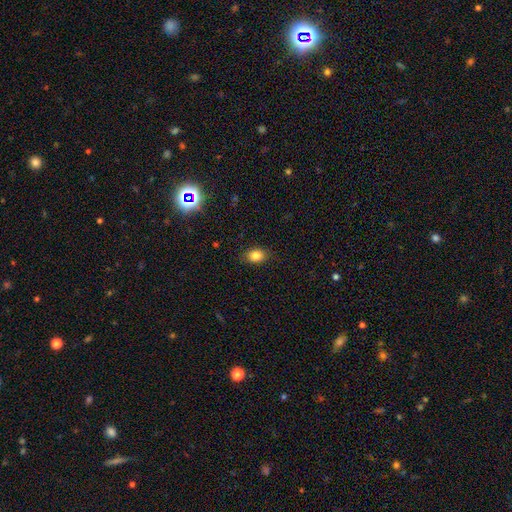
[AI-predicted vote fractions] Overall: smooth (83%). How rounded: in between (61%; round 38%). Merging: none (87%).